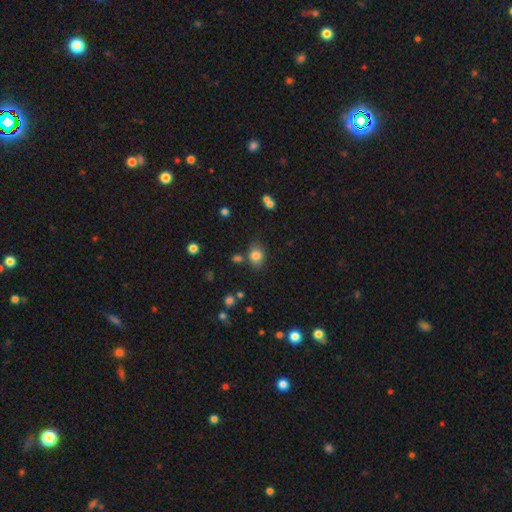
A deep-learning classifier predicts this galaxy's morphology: type=smooth (81%); roundness=in between (54%); merging=none (73%).